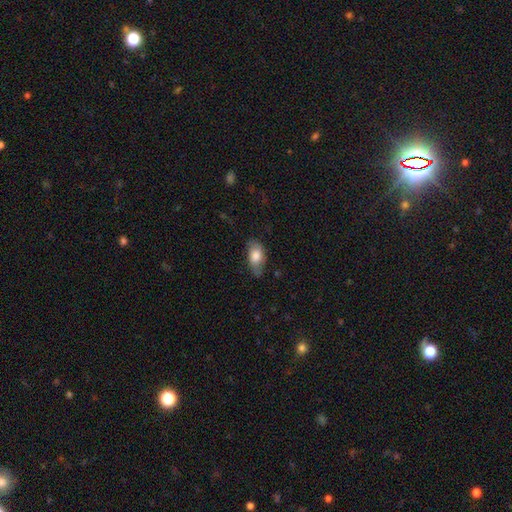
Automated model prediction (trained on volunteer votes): smooth 78%, featured or disk 15%, star or artifact 7%. Down the decision tree: how rounded — in between (90%); merging — none (65%).